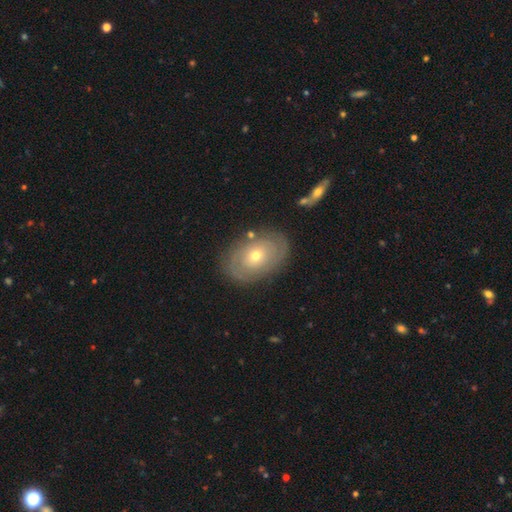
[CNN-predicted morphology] A featured or disk galaxy (58%) with no bar (86%), spiral arms (56%) and a small central bulge (49%).

Vote fractions:
- Smooth or featured? featured or disk: 58% / smooth: 34% / star or artifact: 8%
- Edge-on disk? no: 94% / yes: 6%
- Bar? no: 86% / weak: 11% / strong: 3%
- Spiral arms? yes: 56% / no: 44%
- Bulge size? small: 49% / moderate: 47% / large: 2% / dominant: 1% / none: 1%
- Merging? none: 80% / minor disturbance: 12% / major disturbance: 4% / merger: 3%